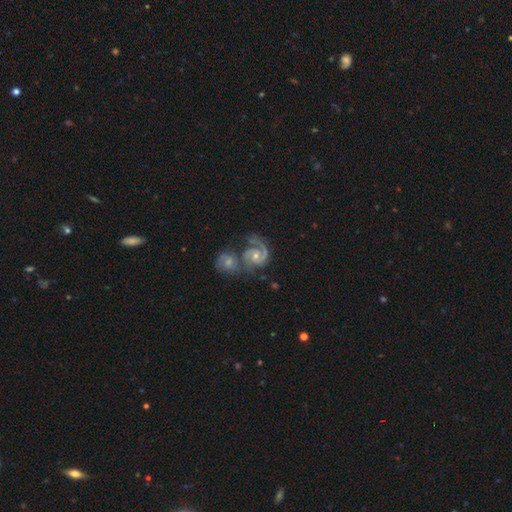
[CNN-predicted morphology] Overall: featured or disk (90%). Edge-on disk: no (98%). Bar: no (62%; weak 30%). Spiral arms: yes (98%). Spiral arm count: 2 (78%). Spiral winding: tight (48%; medium 45%). Bulge size: moderate (50%; small 46%). Merging: merger (53%; none 28%).